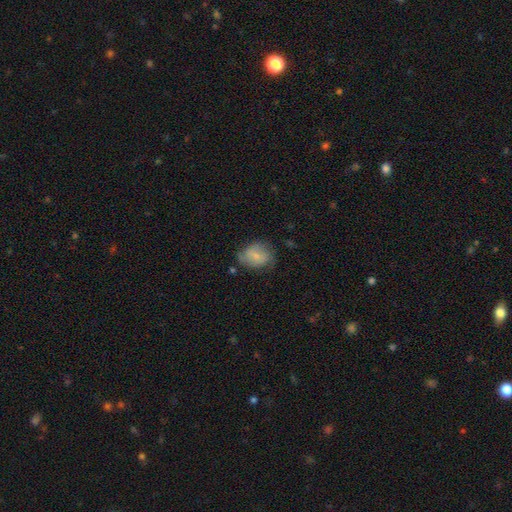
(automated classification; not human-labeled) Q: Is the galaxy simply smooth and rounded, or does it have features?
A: smooth — 61%.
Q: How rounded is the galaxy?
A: in between — 62%.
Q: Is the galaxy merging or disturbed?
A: none — 53%.